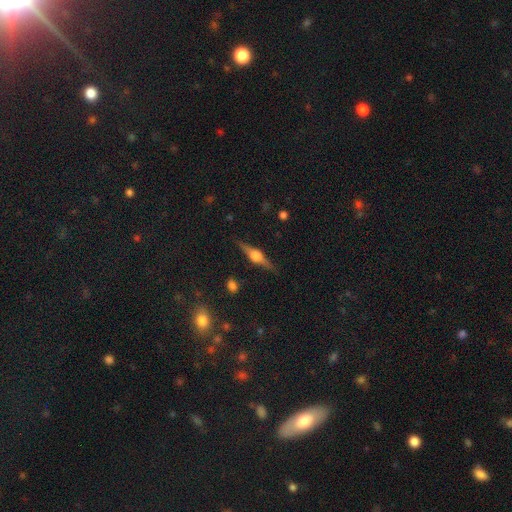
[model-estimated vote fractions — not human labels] Smooth or featured? featured or disk (77%)
Edge-on disk? yes (97%)
Edge-on bulge? rounded (90%)
Merging? none (88%)